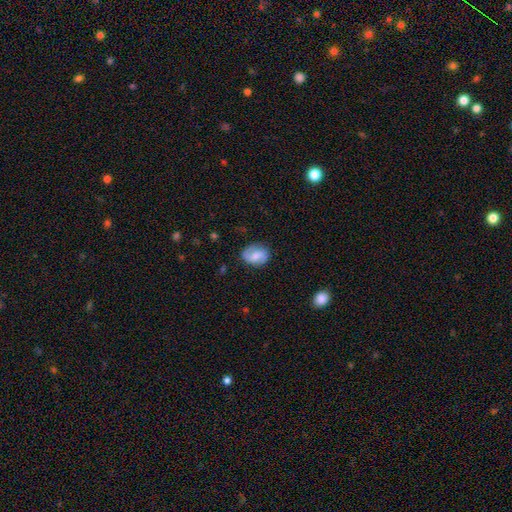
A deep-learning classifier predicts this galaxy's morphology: This appears to be a featured or disk galaxy (54%) with a weak bar (47%), spiral arms (89%) and a moderate central bulge (44%). Merging: none (76%).